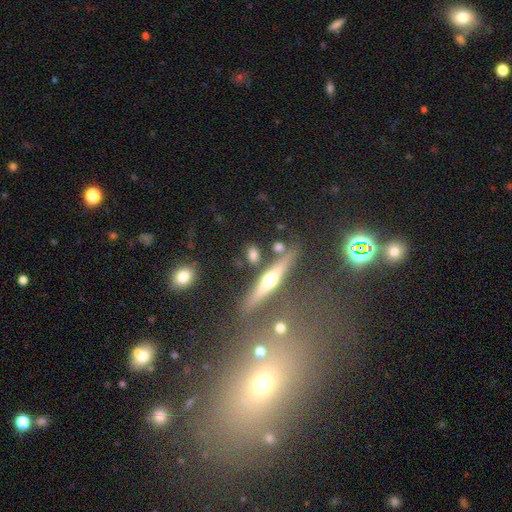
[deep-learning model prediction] A smooth galaxy with no disk features (63%) that is in between round and cigar-shaped (45%). Merging: none (74%).